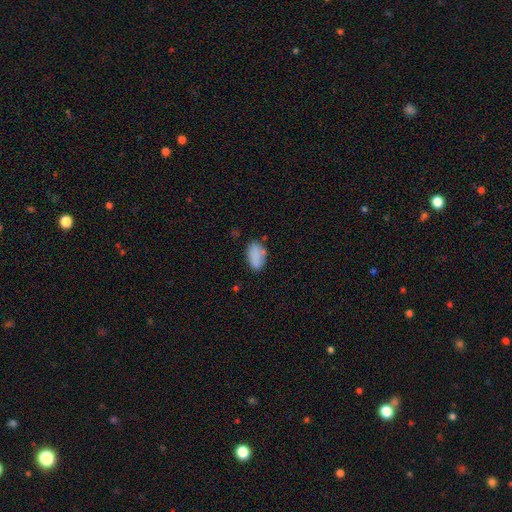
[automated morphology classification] Smooth or featured? Predicted: smooth (p=0.86). How rounded? Predicted: in between (p=0.93). Merging? Predicted: none (p=0.72).